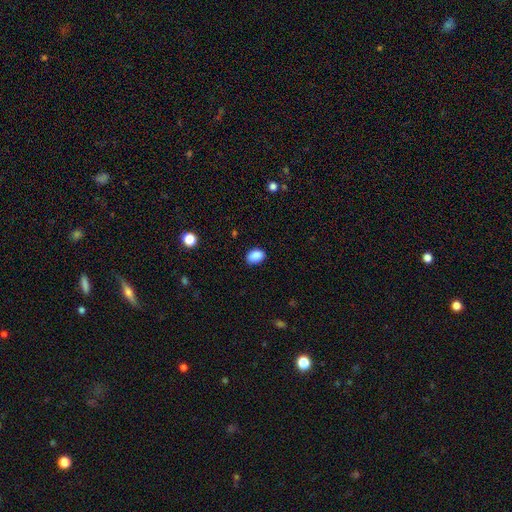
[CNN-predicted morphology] smooth-or-featured: smooth: 89% | star or artifact: 8% | featured or disk: 3%
  how-rounded: in between: 80% | round: 19% | cigar-shaped: 1%
  merging: none: 85% | minor disturbance: 11% | major disturbance: 2% | merger: 1%